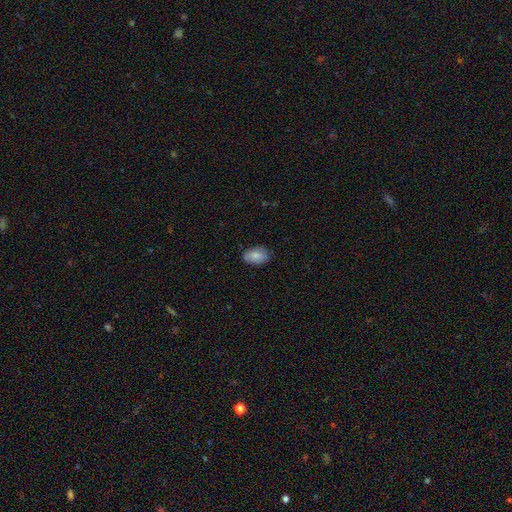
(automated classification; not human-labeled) A smooth galaxy with no disk features (83%) that is in between round and cigar-shaped (86%).

Vote fractions:
- Smooth or featured? smooth: 83% / featured or disk: 10% / star or artifact: 7%
- How rounded? in between: 86% / round: 13% / cigar-shaped: 1%
- Merging? none: 80% / minor disturbance: 17% / major disturbance: 3% / merger: 1%